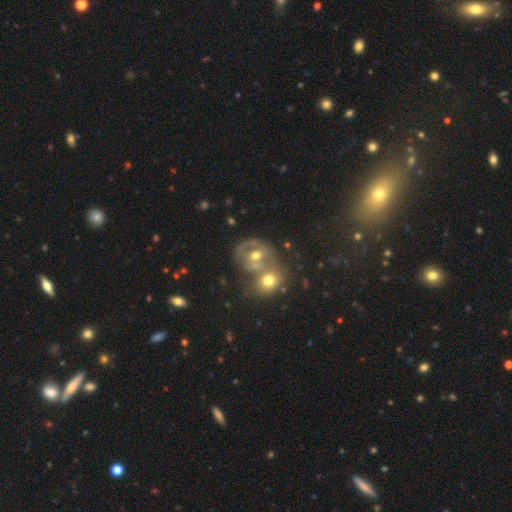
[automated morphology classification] smooth-or-featured: featured or disk: 53% | smooth: 37% | star or artifact: 10%
  disk-edge-on: no: 96% | yes: 4%
    bar: no: 67% | weak: 24% | strong: 10%
    has-spiral-arms: no: 61% | yes: 39%
    bulge-size: moderate: 72% | small: 15% | large: 8% | none: 3% | dominant: 2%
  merging: merger: 53% | none: 28% | minor disturbance: 11% | major disturbance: 7%